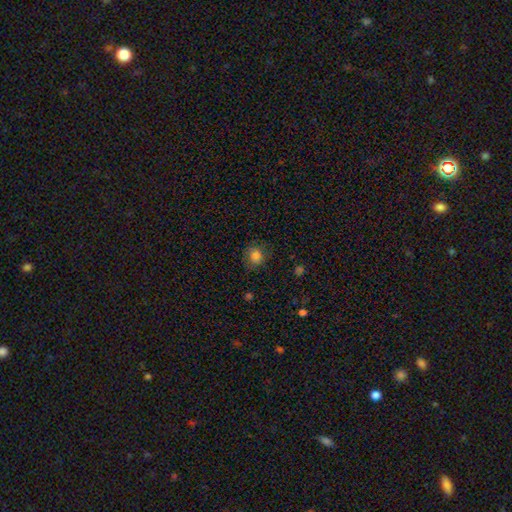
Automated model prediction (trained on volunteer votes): A smooth galaxy with no disk features (82%) that is round (77%). Merging: none (79%).